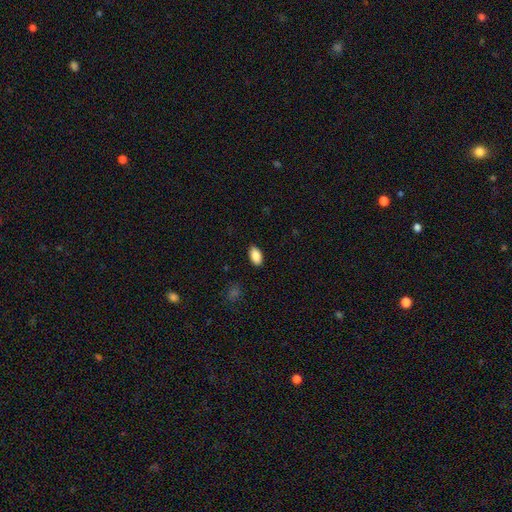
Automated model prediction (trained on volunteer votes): Smooth or featured?
  - smooth: 89% *
  - star or artifact: 7%
  - featured or disk: 4%
How rounded?
  - in between: 94% *
  - round: 4%
  - cigar-shaped: 3%
Merging?
  - none: 89% *
  - minor disturbance: 8%
  - major disturbance: 2%
  - merger: 1%